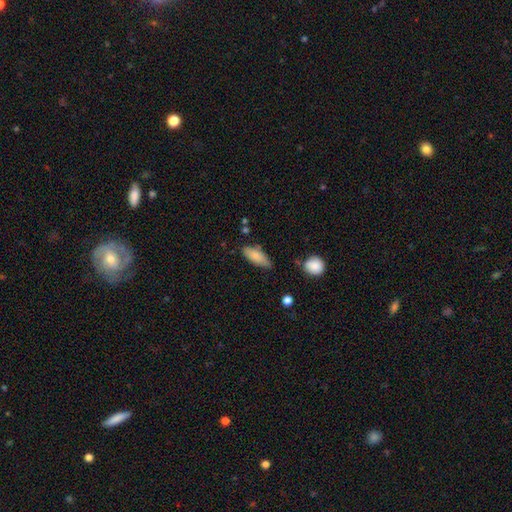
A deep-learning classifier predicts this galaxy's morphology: type=smooth (83%); roundness=in between (74%); merging=none (70%).